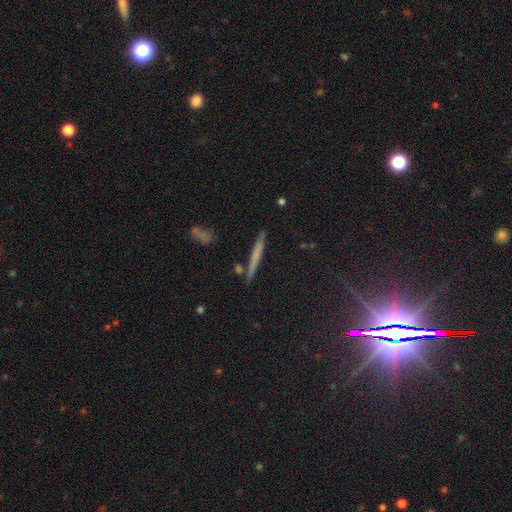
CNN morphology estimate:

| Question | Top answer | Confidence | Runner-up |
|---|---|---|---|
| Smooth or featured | smooth | 51% | featured or disk (39%) |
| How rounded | cigar-shaped | 95% | in between (3%) |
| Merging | none | 86% | minor disturbance (9%) |